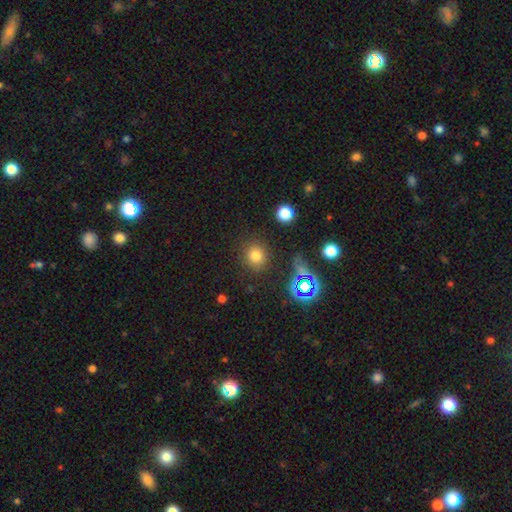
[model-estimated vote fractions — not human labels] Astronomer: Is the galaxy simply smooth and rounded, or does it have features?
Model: smooth — 74%.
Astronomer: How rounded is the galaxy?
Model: round — 86%.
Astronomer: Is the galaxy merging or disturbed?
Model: none — 85%.